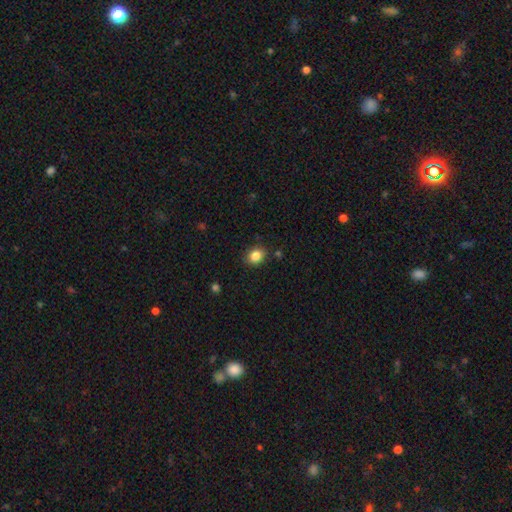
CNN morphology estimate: smooth-or-featured: smooth: 85% | star or artifact: 10% | featured or disk: 5%
  how-rounded: round: 59% | in between: 40% | cigar-shaped: 1%
  merging: none: 85% | minor disturbance: 10% | major disturbance: 3% | merger: 2%